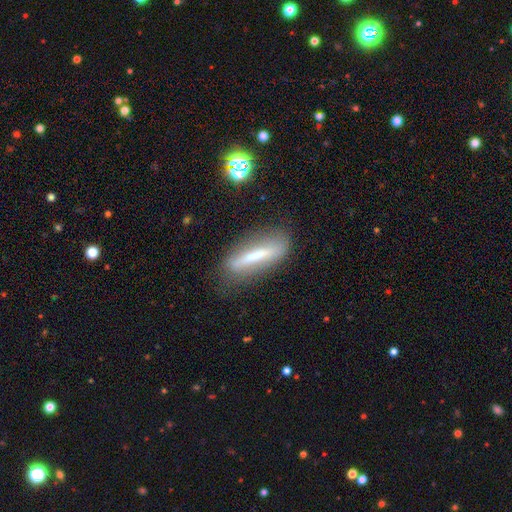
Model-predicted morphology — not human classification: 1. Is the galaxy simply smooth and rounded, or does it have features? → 47% featured or disk, 45% smooth, 9% star or artifact.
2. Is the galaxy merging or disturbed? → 70% none, 18% minor disturbance, 9% major disturbance, 3% merger.